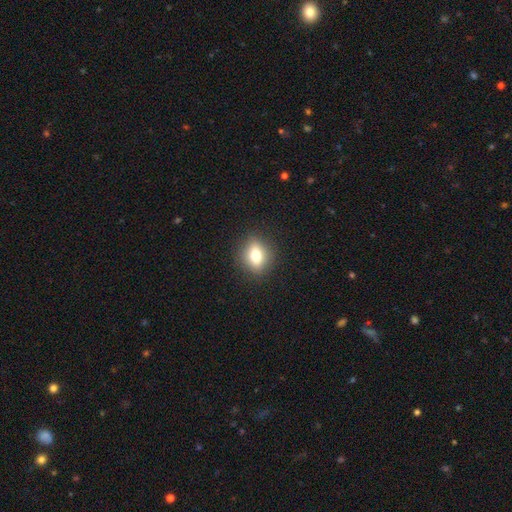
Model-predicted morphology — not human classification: A smooth galaxy with no disk features (73%) that is round (51%). Merging: none (88%).